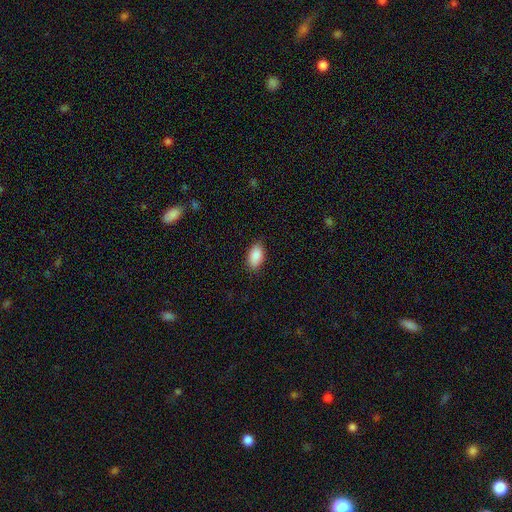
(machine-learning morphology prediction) Smooth or featured?
  - smooth: 89% *
  - star or artifact: 7%
  - featured or disk: 4%
How rounded?
  - in between: 93% *
  - round: 5%
  - cigar-shaped: 2%
Merging?
  - none: 85% *
  - minor disturbance: 11%
  - major disturbance: 3%
  - merger: 1%